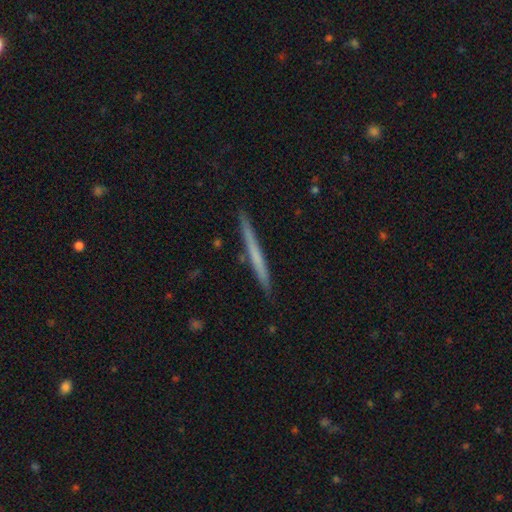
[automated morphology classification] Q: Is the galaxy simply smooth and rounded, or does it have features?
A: smooth — 49%.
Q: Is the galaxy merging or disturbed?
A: none — 91%.